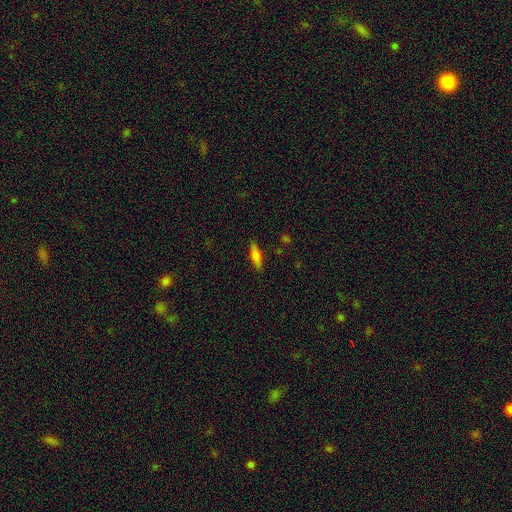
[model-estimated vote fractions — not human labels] A smooth galaxy with no disk features (70%) that is cigar-shaped (60%).

Vote fractions:
- Smooth or featured? smooth: 70% / featured or disk: 21% / star or artifact: 9%
- How rounded? cigar-shaped: 60% / in between: 38% / round: 2%
- Merging? none: 85% / minor disturbance: 11% / major disturbance: 2% / merger: 1%